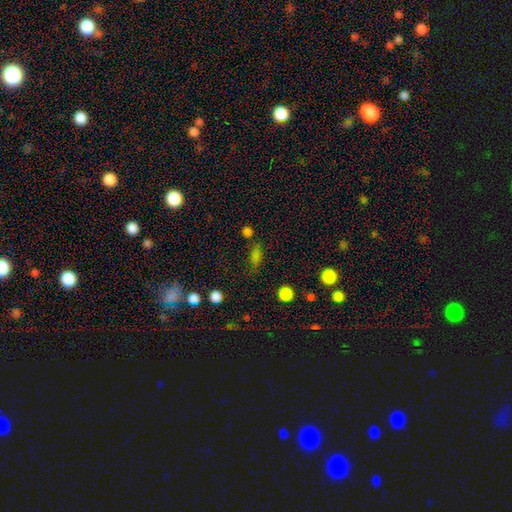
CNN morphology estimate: This appears to be a smooth galaxy with no disk features (69%) that is in between round and cigar-shaped (68%). Merging: none (68%).